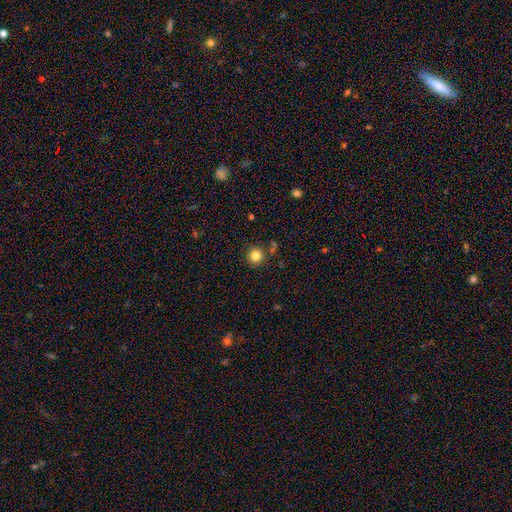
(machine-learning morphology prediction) type=smooth (82%); roundness=round (93%); merging=none (84%).